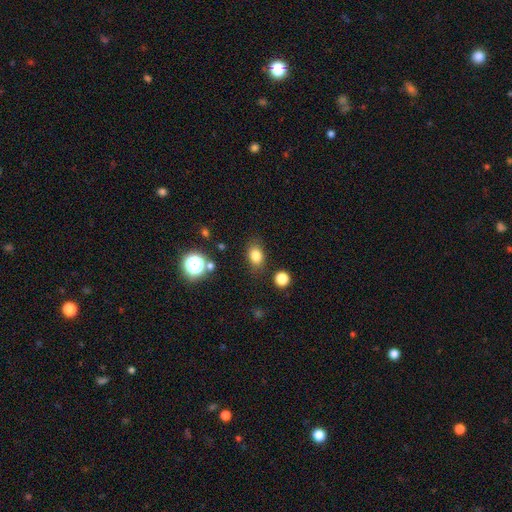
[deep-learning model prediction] smooth 80%, star or artifact 12%, featured or disk 8%. Down the decision tree: how rounded — in between (74%); merging — none (81%).